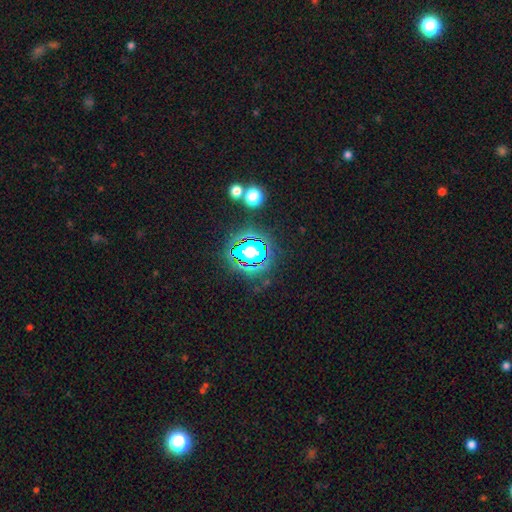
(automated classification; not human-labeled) star or artifact 80%, smooth 12%, featured or disk 8%.